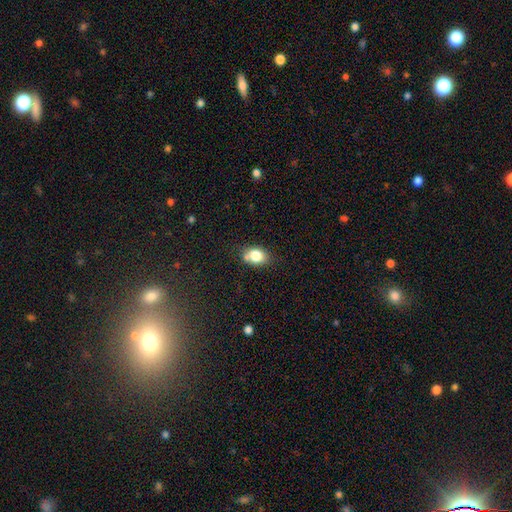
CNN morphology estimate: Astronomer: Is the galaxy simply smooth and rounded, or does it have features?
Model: smooth — 80%.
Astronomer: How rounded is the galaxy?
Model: in between — 69%.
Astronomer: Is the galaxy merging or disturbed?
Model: none — 66%.